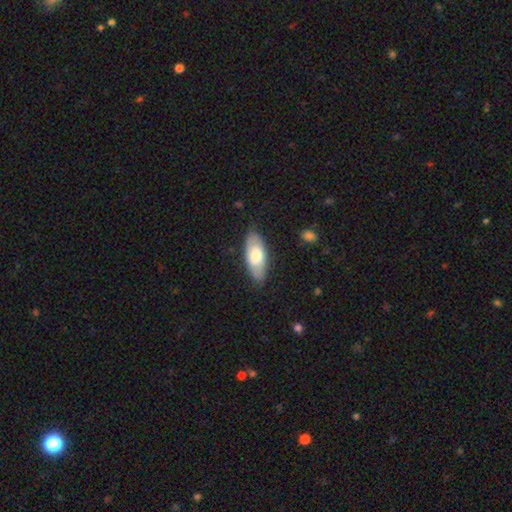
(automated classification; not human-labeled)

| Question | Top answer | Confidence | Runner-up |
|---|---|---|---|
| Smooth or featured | smooth | 66% | featured or disk (29%) |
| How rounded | in between | 84% | cigar-shaped (14%) |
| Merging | none | 81% | minor disturbance (15%) |